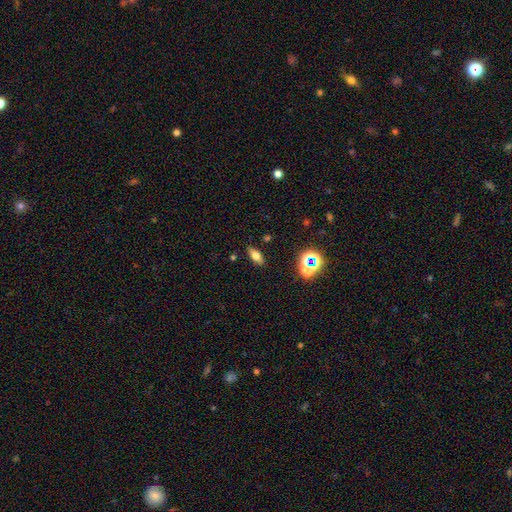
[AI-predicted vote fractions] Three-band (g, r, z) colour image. It shows a smooth galaxy with no disk features (58%) that is in between round and cigar-shaped (70%). Merging: none (86%).